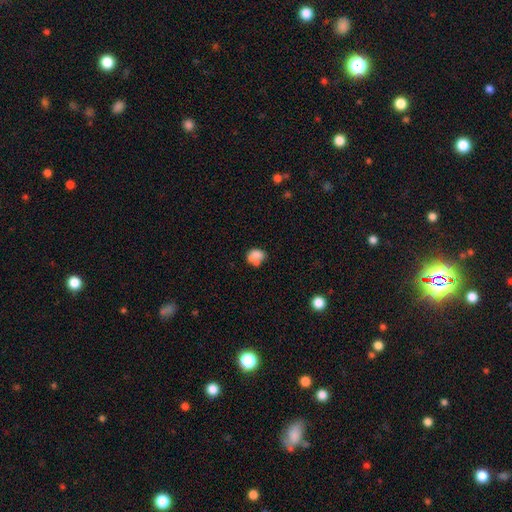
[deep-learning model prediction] Smooth or featured?
  - smooth: 68% *
  - featured or disk: 22%
  - star or artifact: 10%
How rounded?
  - in between: 54% *
  - round: 45%
  - cigar-shaped: 1%
Merging?
  - merger: 40% *
  - none: 32%
  - minor disturbance: 17%
  - major disturbance: 11%